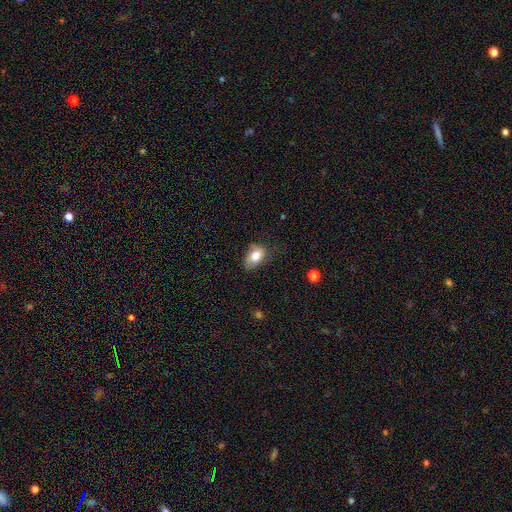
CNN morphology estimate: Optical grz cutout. It shows a smooth galaxy with no disk features (79%) that is in between round and cigar-shaped (85%). Merging: none (52%).